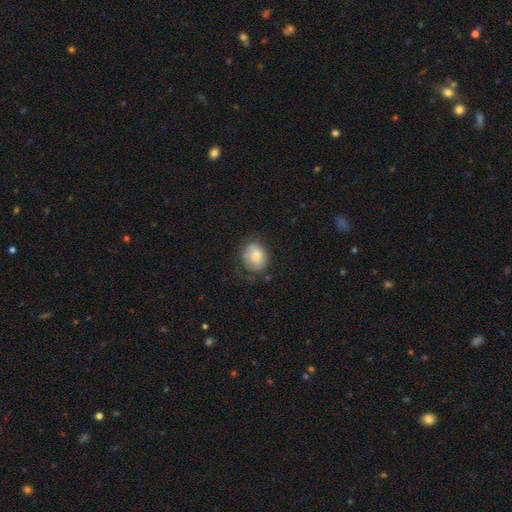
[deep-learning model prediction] Smooth or featured?
  - smooth: 72% *
  - featured or disk: 20%
  - star or artifact: 8%
How rounded?
  - round: 57% *
  - in between: 42%
  - cigar-shaped: 1%
Merging?
  - none: 58% *
  - minor disturbance: 27%
  - major disturbance: 13%
  - merger: 2%